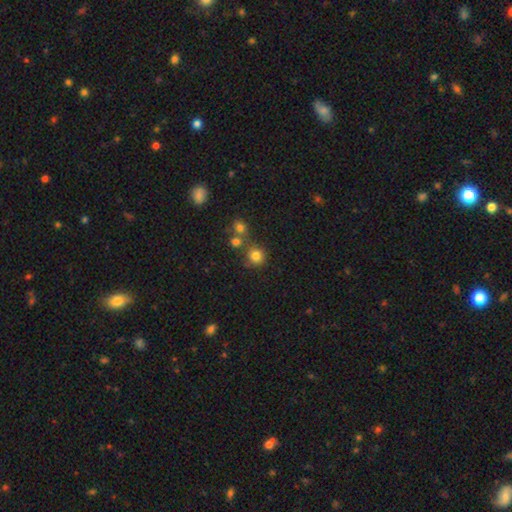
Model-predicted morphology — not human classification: This appears to be a smooth galaxy with no disk features (79%) that is round (88%). Merging: none (67%).